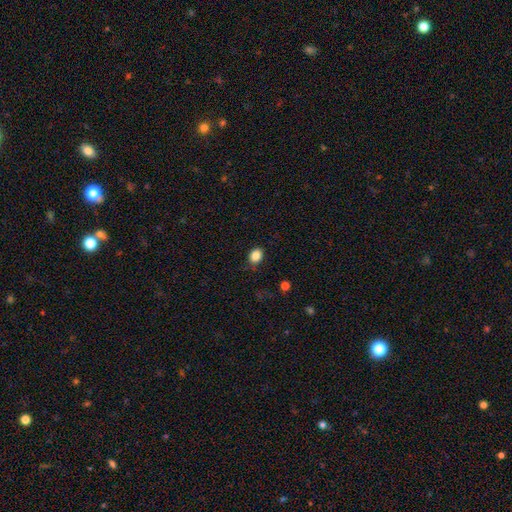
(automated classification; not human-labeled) smooth-or-featured: smooth: 86% | star or artifact: 10% | featured or disk: 4%
  how-rounded: in between: 55% | round: 44% | cigar-shaped: 1%
  merging: none: 81% | minor disturbance: 14% | major disturbance: 3% | merger: 1%